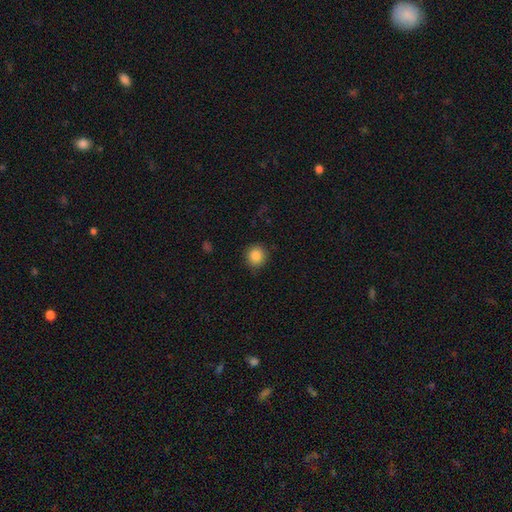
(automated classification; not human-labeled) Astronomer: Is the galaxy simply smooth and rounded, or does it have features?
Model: smooth — 86%.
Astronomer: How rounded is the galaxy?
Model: round — 91%.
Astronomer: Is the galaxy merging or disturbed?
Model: none — 87%.